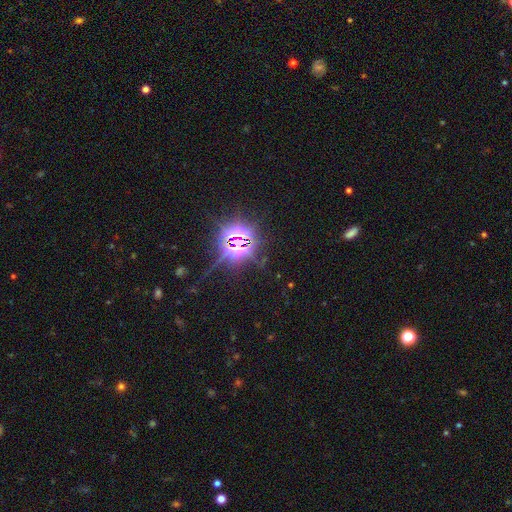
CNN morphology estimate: Smooth or featured? star or artifact (84%)